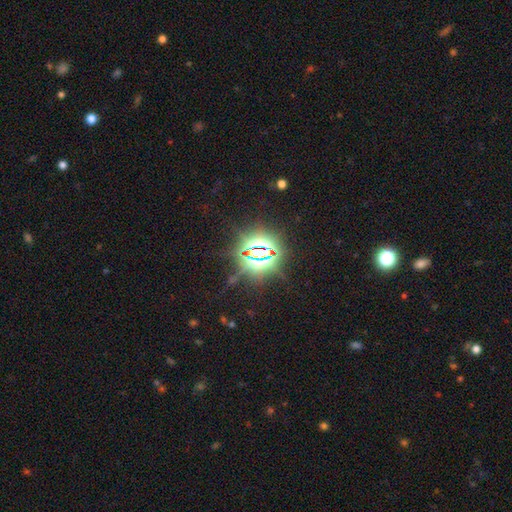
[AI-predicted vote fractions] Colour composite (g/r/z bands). It shows a star or artifact, not a galaxy (86%).